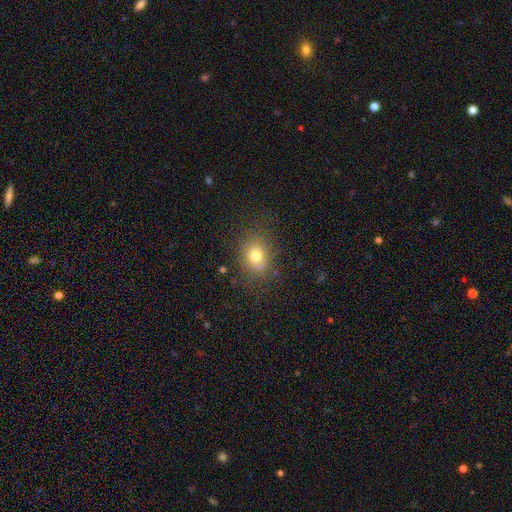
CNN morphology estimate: This appears to be a smooth galaxy with no disk features (75%) that is round (55%). Merging: none (77%).